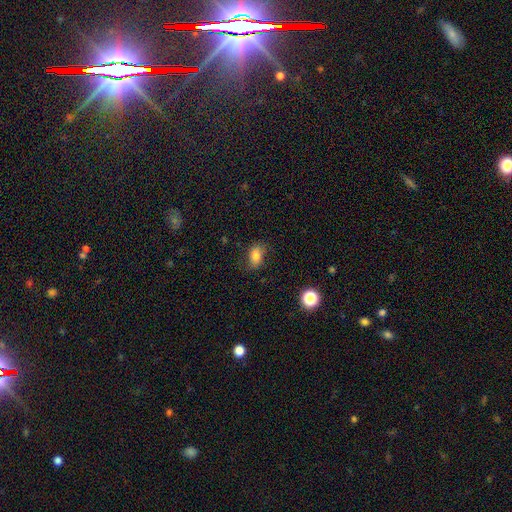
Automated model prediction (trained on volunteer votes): Smooth or featured: smooth — 80% (star or artifact — 11%)
How rounded: in between — 81% (round — 17%)
Merging: none — 76% (minor disturbance — 18%)